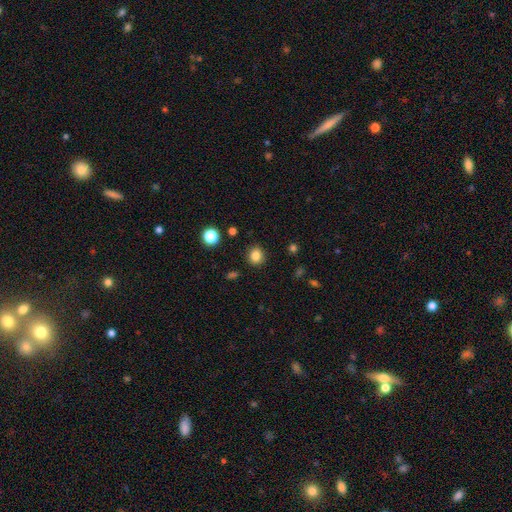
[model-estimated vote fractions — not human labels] A smooth galaxy with no disk features (83%) that is round (85%).

Vote fractions:
- Smooth or featured? smooth: 83% / star or artifact: 12% / featured or disk: 5%
- How rounded? round: 85% / in between: 14% / cigar-shaped: 1%
- Merging? none: 90% / minor disturbance: 6% / major disturbance: 2% / merger: 1%